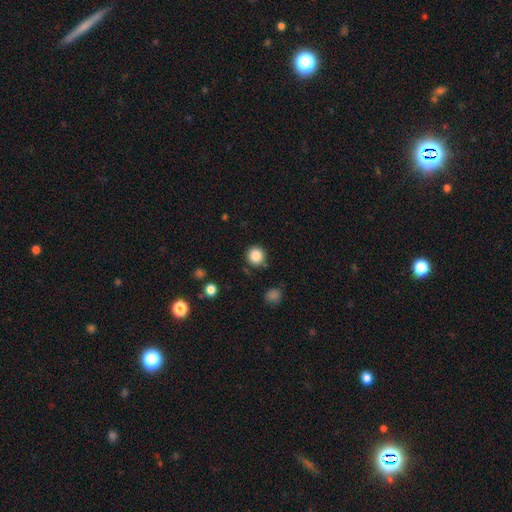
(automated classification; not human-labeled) This is clearly a smooth galaxy (86%). How rounded: clearly round (92%). Merging: clearly none (86%).